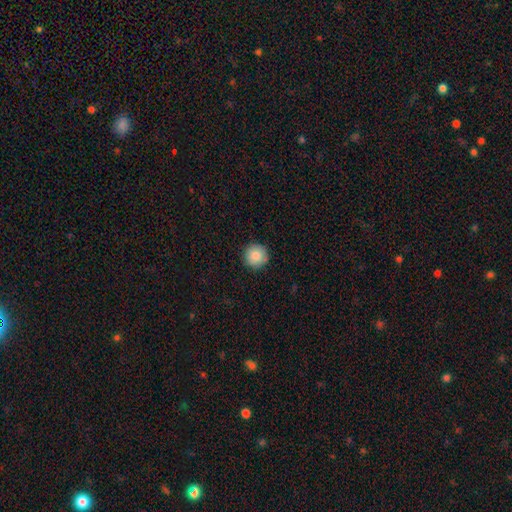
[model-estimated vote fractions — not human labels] The model was most divided on "smooth or featured": smooth: 87%, star or artifact: 8%, featured or disk: 5%. More confident: how rounded — round (96%); merging — none (91%).